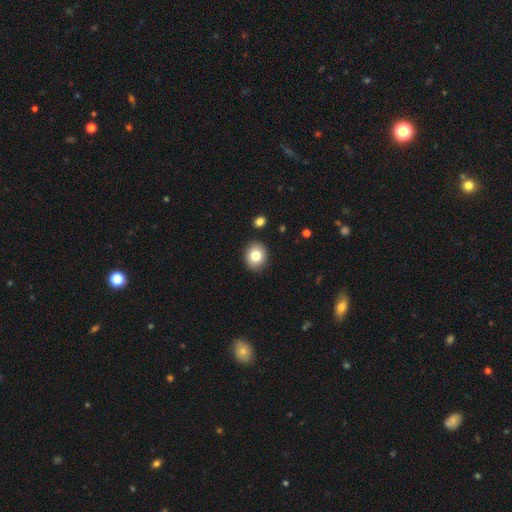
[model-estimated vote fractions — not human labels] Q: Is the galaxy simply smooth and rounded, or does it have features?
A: smooth — 81%.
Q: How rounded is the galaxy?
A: round — 67%.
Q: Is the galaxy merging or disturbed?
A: none — 88%.